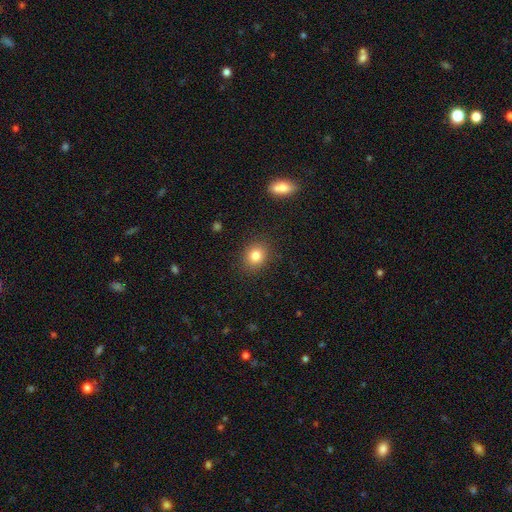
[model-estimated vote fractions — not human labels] This appears to be a smooth galaxy with no disk features (82%) that is round (68%). Merging: none (88%).